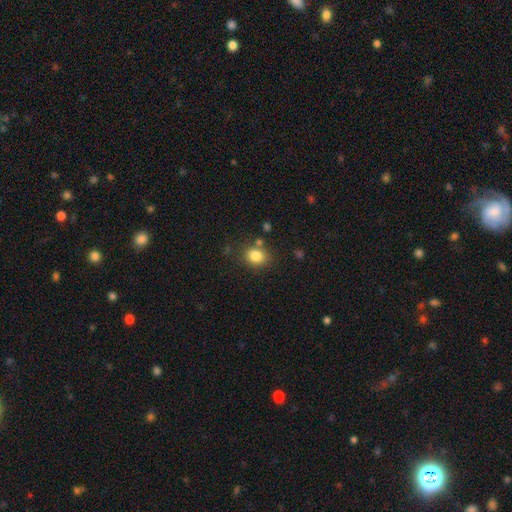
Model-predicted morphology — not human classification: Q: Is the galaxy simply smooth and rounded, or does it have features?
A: smooth — 83%.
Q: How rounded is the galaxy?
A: round — 57%.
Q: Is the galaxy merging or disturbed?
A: none — 76%.